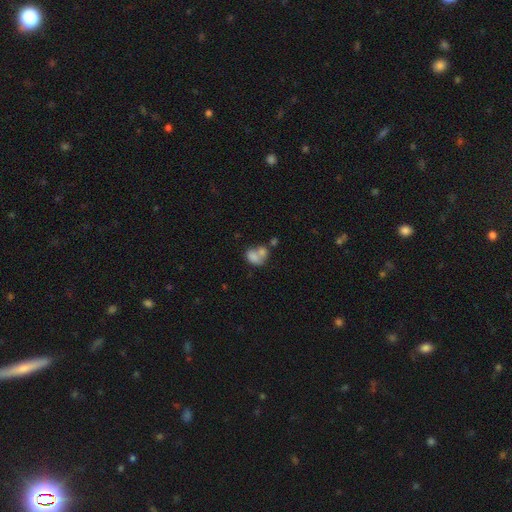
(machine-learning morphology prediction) Smooth or featured?
  - smooth: 72% *
  - featured or disk: 19%
  - star or artifact: 9%
How rounded?
  - in between: 67% *
  - round: 31%
  - cigar-shaped: 1%
Merging?
  - merger: 60% *
  - none: 22%
  - minor disturbance: 10%
  - major disturbance: 8%